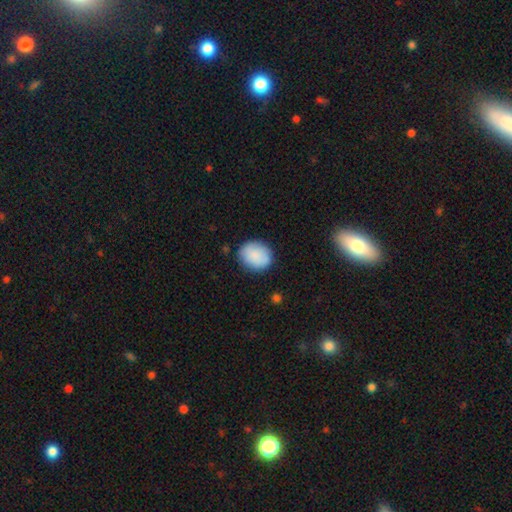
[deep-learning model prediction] Smooth or featured?
  - smooth: 87% *
  - featured or disk: 7%
  - star or artifact: 7%
How rounded?
  - round: 60% *
  - in between: 39%
  - cigar-shaped: 1%
Merging?
  - none: 82% *
  - minor disturbance: 14%
  - major disturbance: 3%
  - merger: 2%